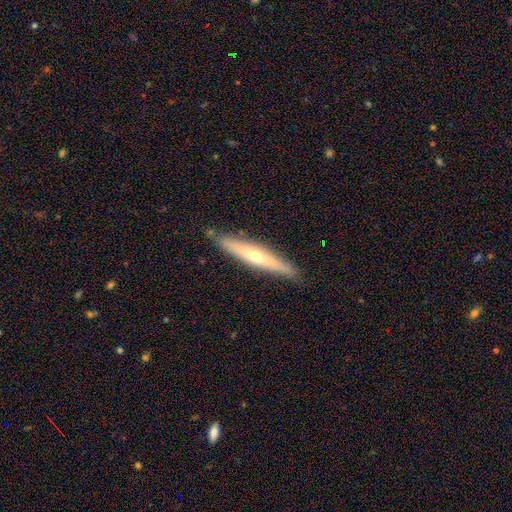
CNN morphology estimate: The model was most divided on "smooth or featured": featured or disk: 62%, smooth: 32%, star or artifact: 7%. More confident: edge-on disk — yes (92%); merging — none (89%); edge-on bulge — rounded (82%).